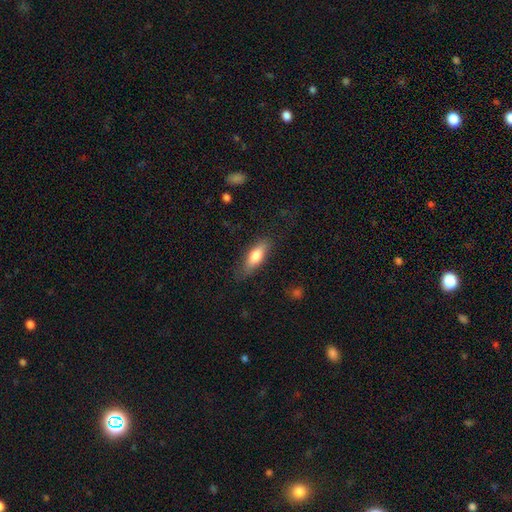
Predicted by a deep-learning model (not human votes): smooth 73%, featured or disk 21%, star or artifact 6%. Down the decision tree: how rounded — in between (61%); merging — none (79%).